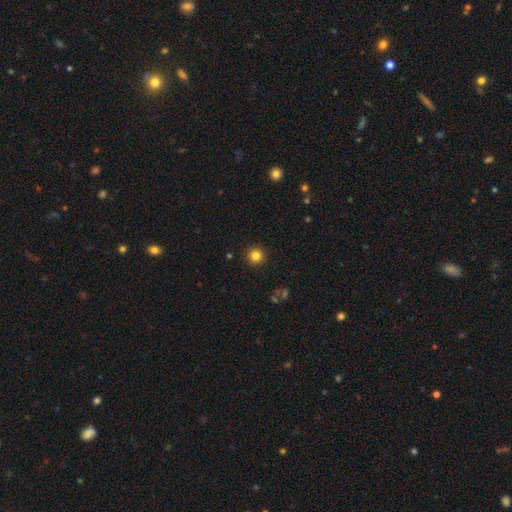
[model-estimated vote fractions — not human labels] smooth-or-featured: smooth: 83% | star or artifact: 12% | featured or disk: 5%
  how-rounded: round: 95% | in between: 4% | cigar-shaped: 1%
  merging: none: 92% | minor disturbance: 5% | major disturbance: 2% | merger: 1%